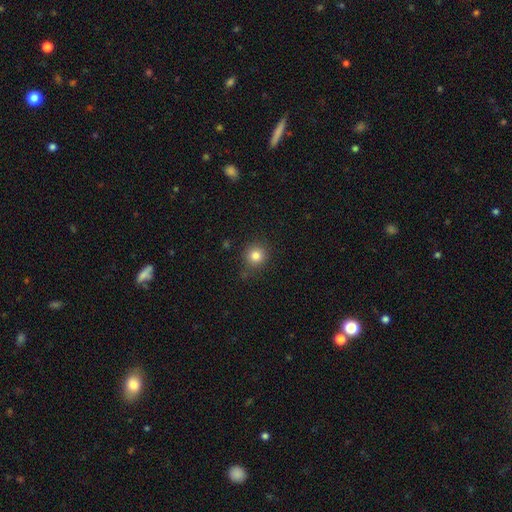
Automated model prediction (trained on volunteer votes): This is clearly a smooth galaxy (83%). How rounded: clearly round (91%). Merging: clearly none (83%).